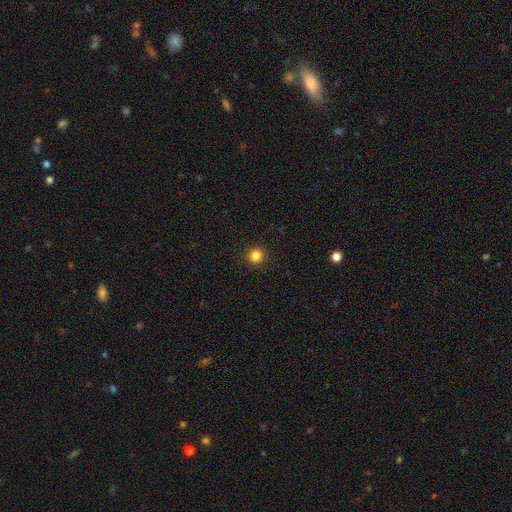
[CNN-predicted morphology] smooth-or-featured: smooth: 84% | star or artifact: 12% | featured or disk: 4%
  how-rounded: round: 94% | in between: 5% | cigar-shaped: 1%
  merging: none: 93% | minor disturbance: 5% | major disturbance: 2% | merger: 1%